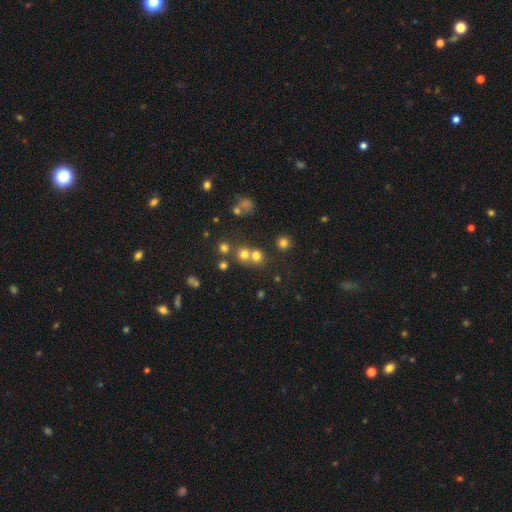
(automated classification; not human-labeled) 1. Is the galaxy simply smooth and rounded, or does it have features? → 68% smooth, 21% star or artifact, 11% featured or disk.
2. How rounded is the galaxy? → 86% round, 13% in between, 1% cigar-shaped.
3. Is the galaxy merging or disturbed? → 53% none, 37% merger, 6% minor disturbance, 3% major disturbance.